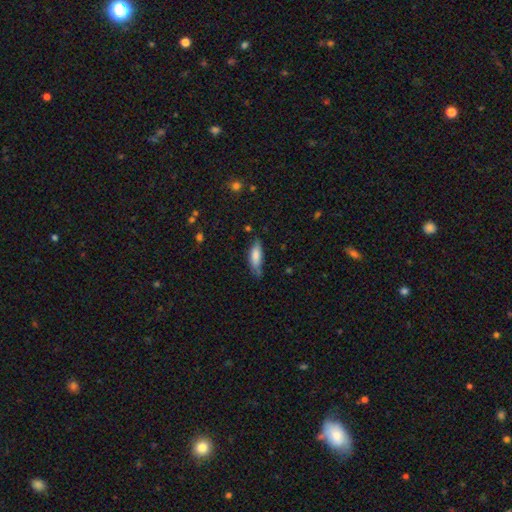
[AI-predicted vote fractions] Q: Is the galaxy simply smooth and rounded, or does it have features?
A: smooth — 79%.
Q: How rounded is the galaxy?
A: in between — 60%.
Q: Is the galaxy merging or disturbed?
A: none — 63%.